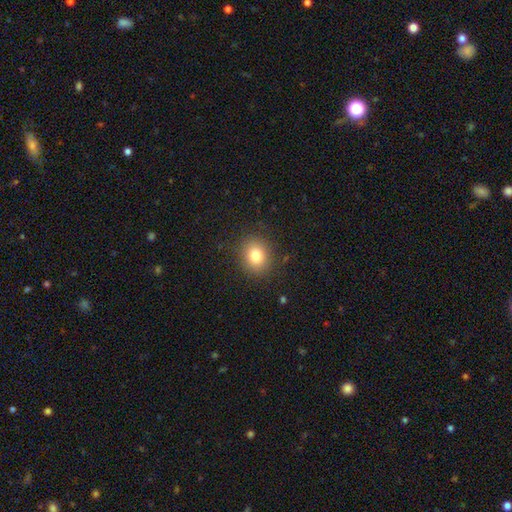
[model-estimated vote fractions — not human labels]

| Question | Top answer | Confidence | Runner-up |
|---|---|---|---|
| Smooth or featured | smooth | 80% | star or artifact (12%) |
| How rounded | round | 67% | in between (32%) |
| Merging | none | 87% | minor disturbance (8%) |